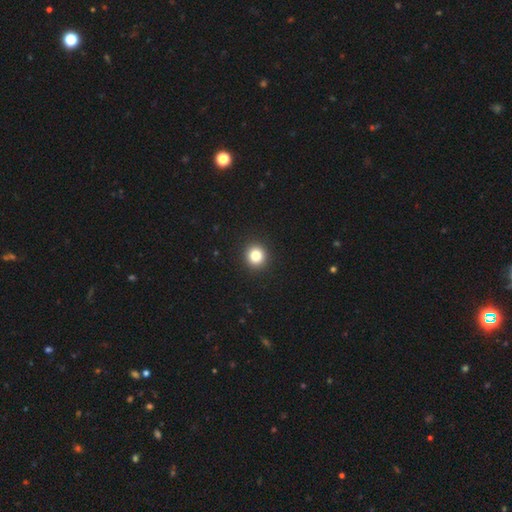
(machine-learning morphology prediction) smooth 83%, star or artifact 11%, featured or disk 6%. Down the decision tree: how rounded — round (91%); merging — none (93%).